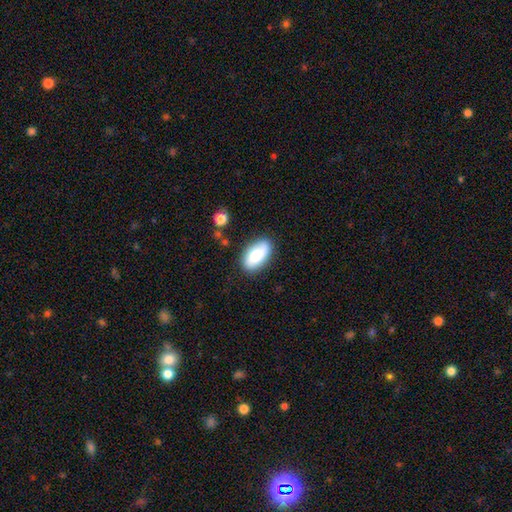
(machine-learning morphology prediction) A smooth galaxy with no disk features (74%) that is in between round and cigar-shaped (93%).

Vote fractions:
- Smooth or featured? smooth: 74% / featured or disk: 19% / star or artifact: 7%
- How rounded? in between: 93% / round: 4% / cigar-shaped: 3%
- Merging? none: 78% / minor disturbance: 16% / major disturbance: 4% / merger: 3%